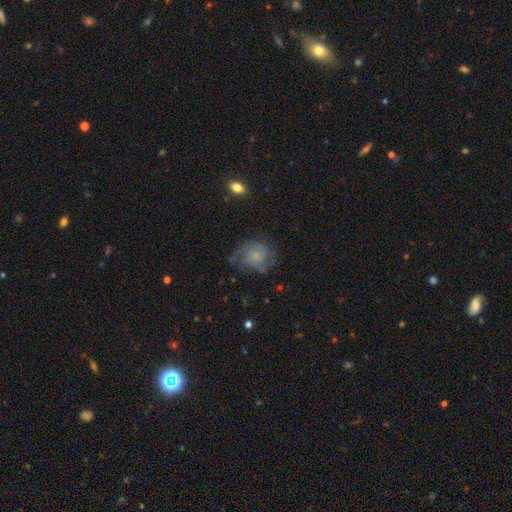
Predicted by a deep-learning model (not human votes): Q: Smooth or featured?
A: featured or disk (62%); runner-up: smooth (29%)
Q: Edge-on disk?
A: no (98%); runner-up: yes (2%)
Q: Bar?
A: no (76%); runner-up: weak (21%)
Q: Spiral arms?
A: yes (88%); runner-up: no (12%)
Q: Spiral winding?
A: medium (41%); tied with: tight (41%)
Q: Spiral arm count?
A: 2 (37%); runner-up: can't tell (31%)
Q: Bulge size?
A: small (53%); runner-up: moderate (24%)
Q: Merging?
A: none (57%); runner-up: minor disturbance (24%)